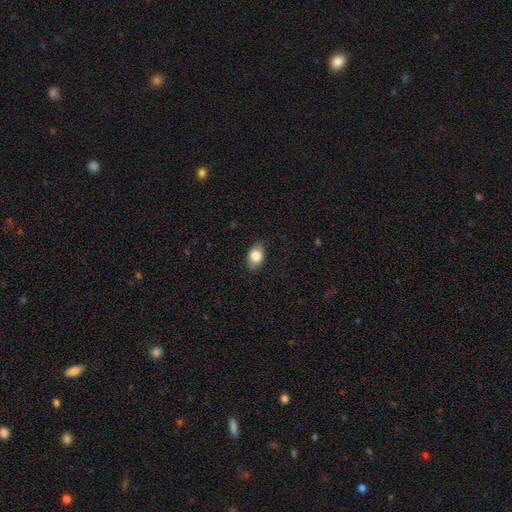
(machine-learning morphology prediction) A smooth galaxy with no disk features (83%) that is in between round and cigar-shaped (83%). Merging: none (83%).